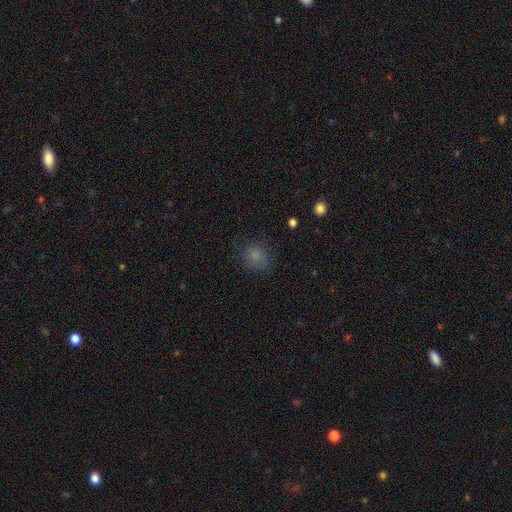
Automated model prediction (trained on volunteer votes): This appears to be a smooth galaxy with no disk features (76%) that is round (75%). Merging: none (72%).